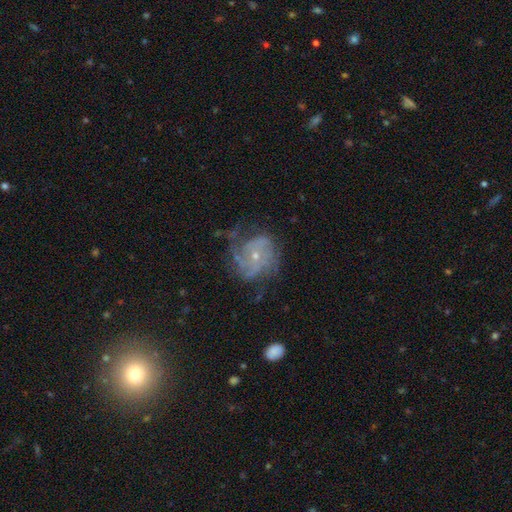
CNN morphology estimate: The model was most divided on "spiral arm count": can't tell: 34%, 2: 23%, 3: 21%, 4: 10%, 1: 7%, more than 4: 6%. Remaining: edge-on disk — no (98%); spiral arms — yes (91%); smooth or featured — featured or disk (80%); bar — no (76%); bulge size — small (70%); merging — none (59%); spiral winding — tight (49%).